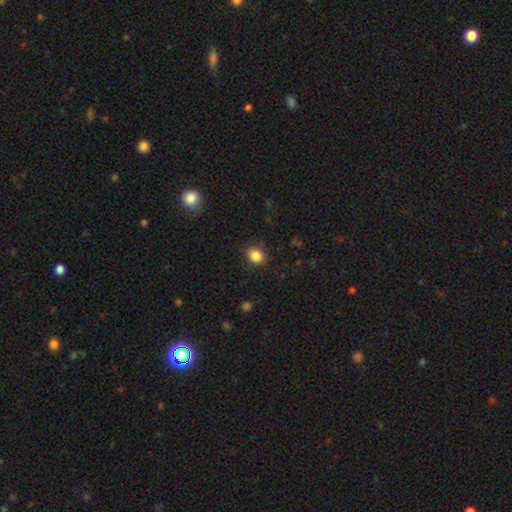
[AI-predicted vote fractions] This appears to be a smooth galaxy with no disk features (87%) that is in between round and cigar-shaped (50%). Merging: none (86%).